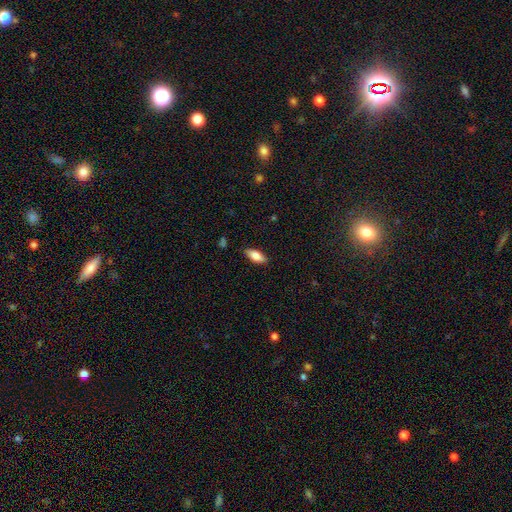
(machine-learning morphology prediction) Smooth or featured: smooth — 80% (featured or disk — 14%)
How rounded: in between — 81% (cigar-shaped — 16%)
Merging: none — 85% (minor disturbance — 12%)